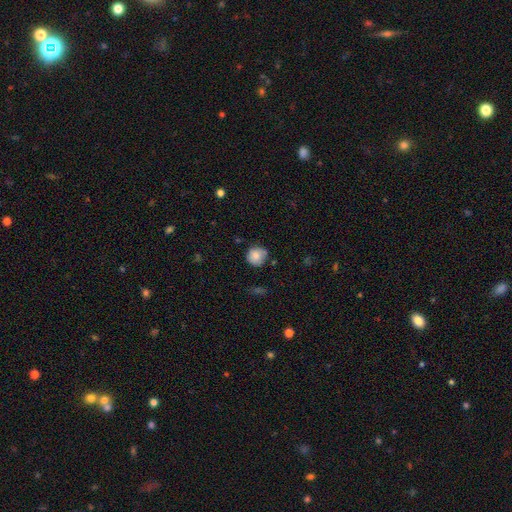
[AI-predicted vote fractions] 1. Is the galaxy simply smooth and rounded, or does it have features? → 84% smooth, 8% star or artifact, 8% featured or disk.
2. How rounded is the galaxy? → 92% round, 7% in between, 1% cigar-shaped.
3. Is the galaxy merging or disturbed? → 73% none, 20% minor disturbance, 3% major disturbance, 3% merger.